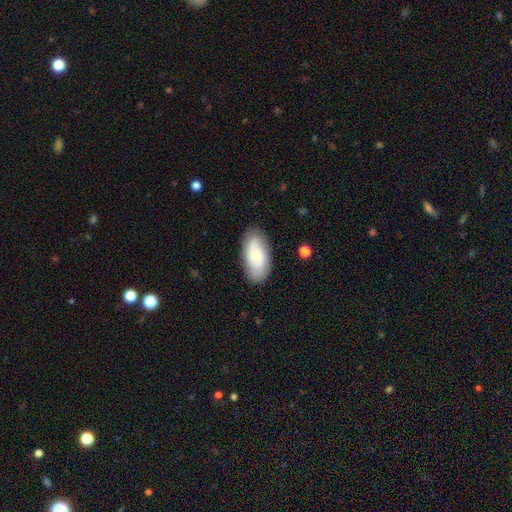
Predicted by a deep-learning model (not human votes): Smooth or featured?
  - smooth: 57% *
  - featured or disk: 37%
  - star or artifact: 7%
How rounded?
  - in between: 92% *
  - cigar-shaped: 5%
  - round: 3%
Merging?
  - none: 83% *
  - minor disturbance: 13%
  - major disturbance: 3%
  - merger: 1%